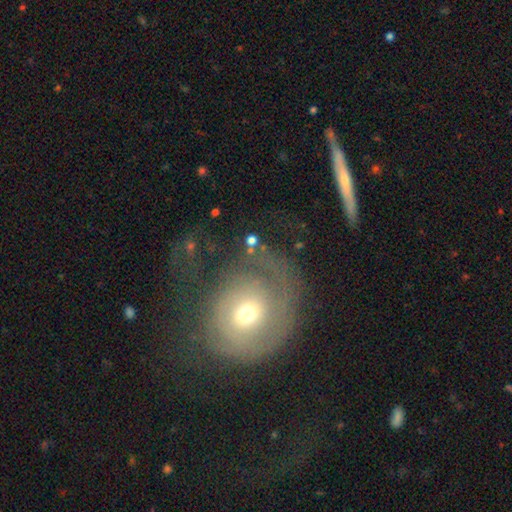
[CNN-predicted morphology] type=featured or disk (60%); edge-on=no (93%); bar=no (74%); spiral arms=yes (66%); bulge=moderate (59%); merging=none (45%).